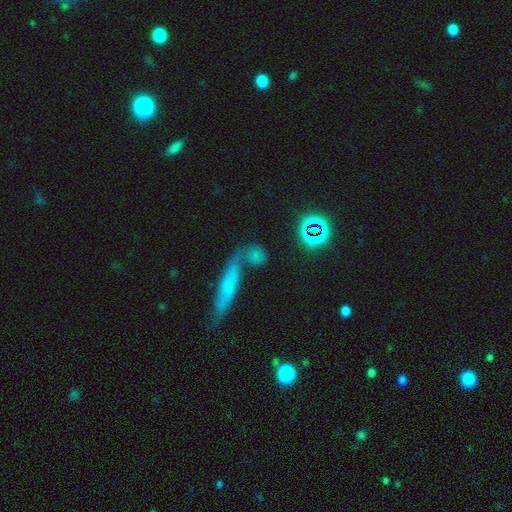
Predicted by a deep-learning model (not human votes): Morphology: type=smooth (61%); roundness=round (54%); merging=none (55%).